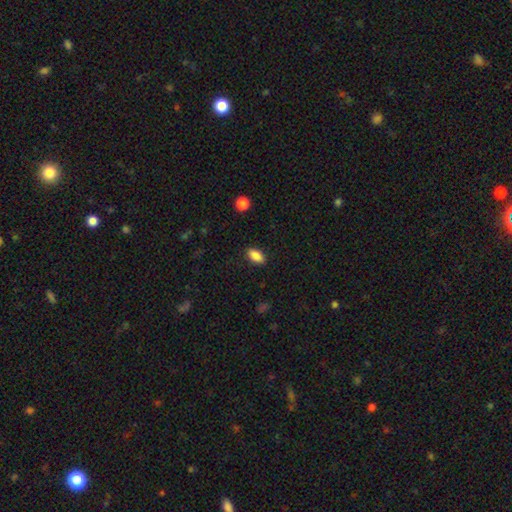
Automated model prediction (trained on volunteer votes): Morphology: type=smooth (88%); roundness=in between (91%); merging=none (88%).